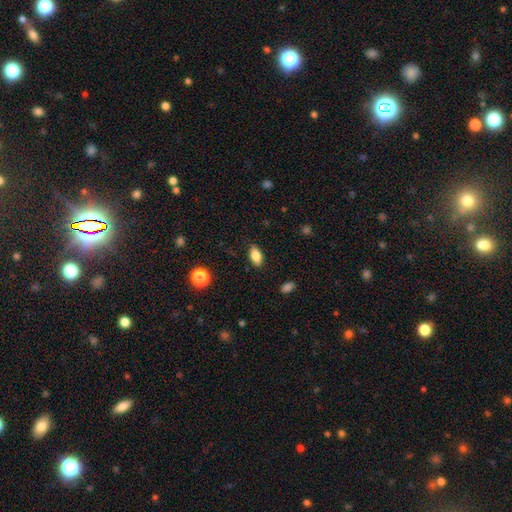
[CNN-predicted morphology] smooth_or_featured: smooth (p=0.83) [alt: star or artifact p=0.08]
how_rounded: in between (p=0.90) [alt: cigar-shaped p=0.05]
merging: none (p=0.87) [alt: minor disturbance p=0.10]